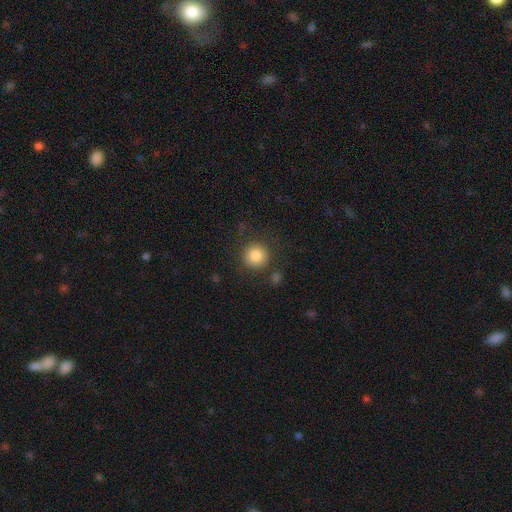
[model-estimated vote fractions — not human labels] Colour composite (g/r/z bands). It shows a smooth galaxy with no disk features (85%) that is round (94%). Merging: none (85%).